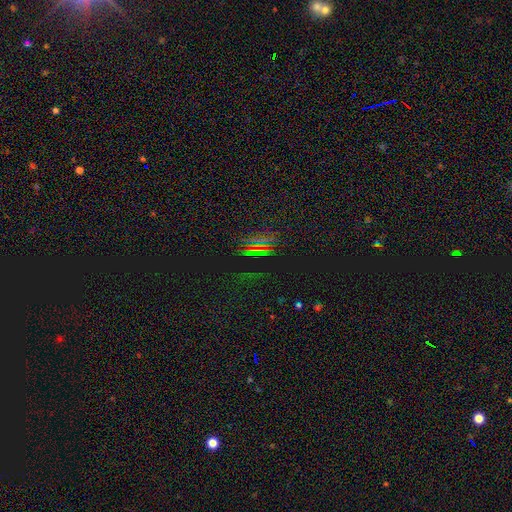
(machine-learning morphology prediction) smooth-or-featured: star or artifact: 67% | smooth: 23% | featured or disk: 10%